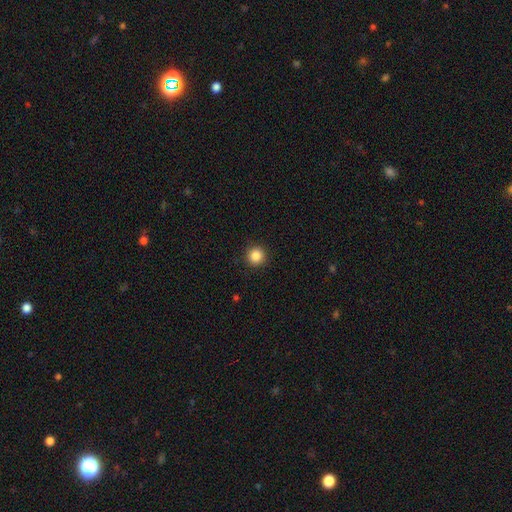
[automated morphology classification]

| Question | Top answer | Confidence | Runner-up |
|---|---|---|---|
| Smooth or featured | smooth | 86% | star or artifact (10%) |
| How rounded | round | 95% | in between (4%) |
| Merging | none | 92% | minor disturbance (5%) |